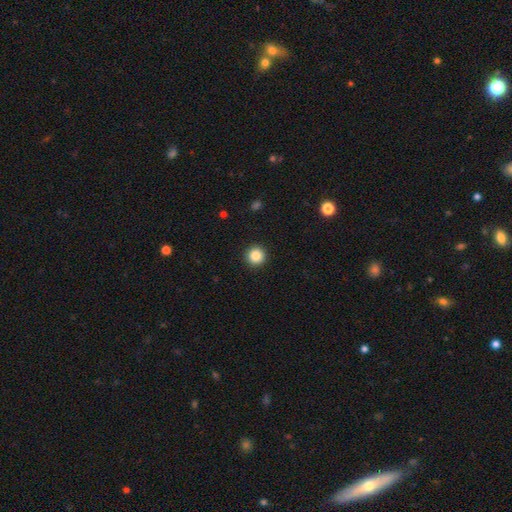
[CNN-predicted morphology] A smooth galaxy with no disk features (87%) that is round (95%).

Vote fractions:
- Smooth or featured? smooth: 87% / star or artifact: 10% / featured or disk: 4%
- How rounded? round: 95% / in between: 4% / cigar-shaped: 1%
- Merging? none: 93% / minor disturbance: 5% / major disturbance: 2% / merger: 1%